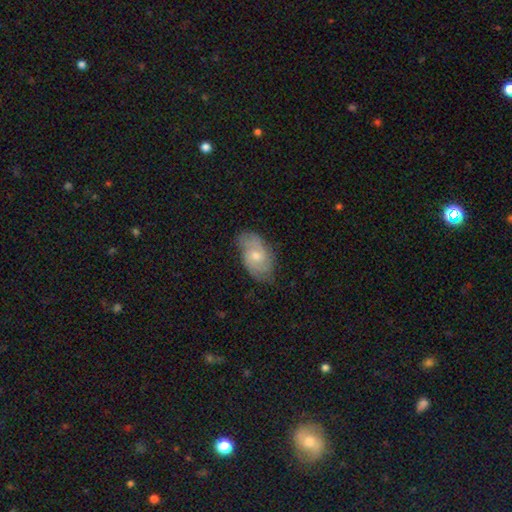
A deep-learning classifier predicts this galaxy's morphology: smooth-or-featured: featured or disk: 64% | smooth: 29% | star or artifact: 7%
  disk-edge-on: no: 95% | yes: 5%
    bar: no: 62% | weak: 34% | strong: 4%
    has-spiral-arms: yes: 89% | no: 11%
      spiral-winding: medium: 42% (tied) | tight: 42% (tied) | loose: 16%
      spiral-arm-count: 2: 52% | can't tell: 24% | 3: 14% | 4: 4% | 1: 3% | more than 4: 3%
    bulge-size: moderate: 52% | small: 43% | none: 2% | large: 2% | dominant: 1%
  merging: none: 72% | minor disturbance: 21% | major disturbance: 5% | merger: 1%